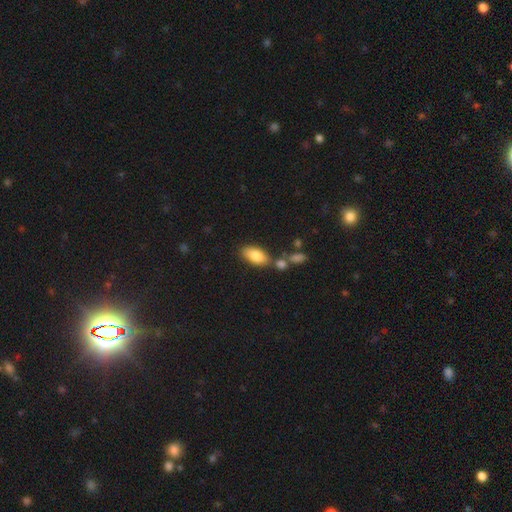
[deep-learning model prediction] smooth 82%, featured or disk 11%, star or artifact 7%. Down the decision tree: how rounded — in between (90%); merging — none (66%).